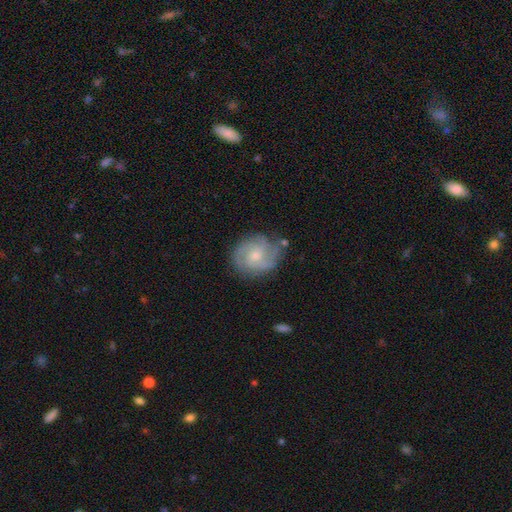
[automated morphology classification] A featured or disk galaxy (81%) with no bar (60%), 2 (39%) tight (49%) spiral arms (96%) and a small central bulge (52%).

Vote fractions:
- Smooth or featured? featured or disk: 81% / smooth: 14% / star or artifact: 6%
- Edge-on disk? no: 98% / yes: 2%
- Bar? no: 60% / weak: 36% / strong: 5%
- Spiral arms? yes: 96% / no: 4%
- Spiral winding? tight: 49% / medium: 42% / loose: 9%
- Spiral arm count? 2: 39% / 3: 34% / can't tell: 14% / 4: 7% / 1: 4% / more than 4: 3%
- Bulge size? small: 52% / moderate: 41% / none: 4% / large: 2% / dominant: 1%
- Merging? none: 74% / minor disturbance: 18% / major disturbance: 5% / merger: 3%